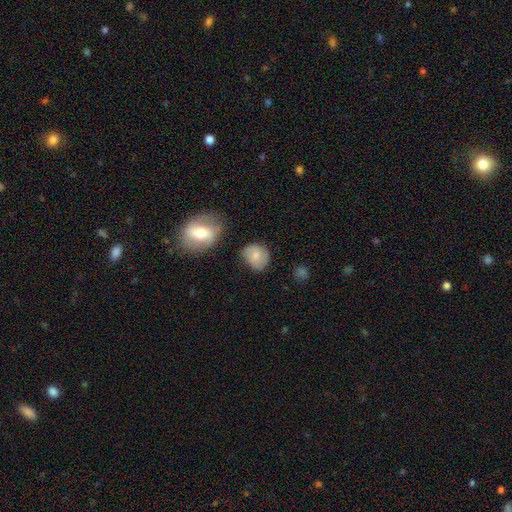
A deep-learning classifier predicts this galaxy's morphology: smooth_or_featured: smooth (p=0.72) [alt: featured or disk p=0.19]
how_rounded: round (p=0.63) [alt: in between p=0.35]
merging: none (p=0.65) [alt: minor disturbance p=0.24]